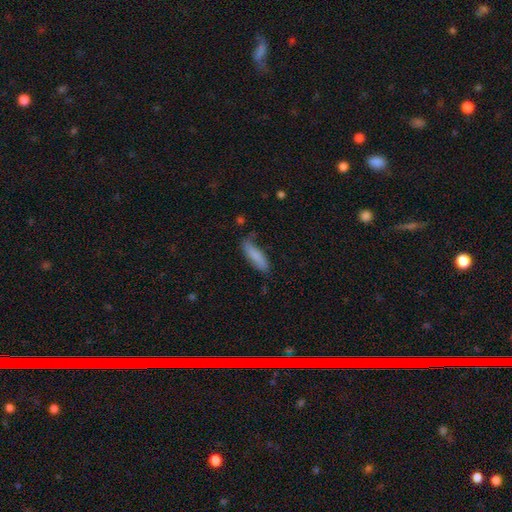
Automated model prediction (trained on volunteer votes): smooth-or-featured: smooth: 83% | featured or disk: 10% | star or artifact: 7%
  how-rounded: cigar-shaped: 56% | in between: 43% | round: 2%
  merging: none: 68% | minor disturbance: 24% | major disturbance: 5% | merger: 3%